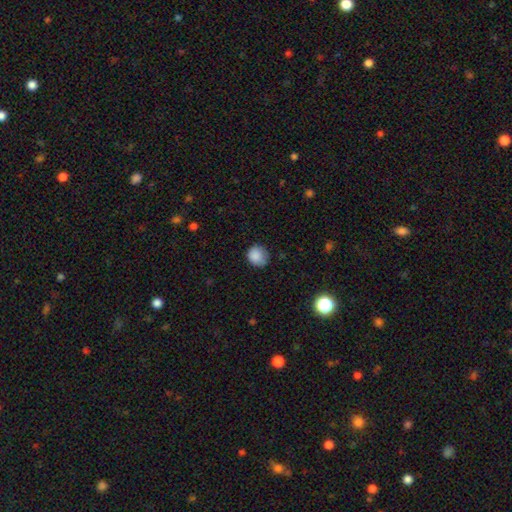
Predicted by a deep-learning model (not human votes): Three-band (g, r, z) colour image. It shows a smooth galaxy with no disk features (86%) that is round (79%). Merging: none (69%).